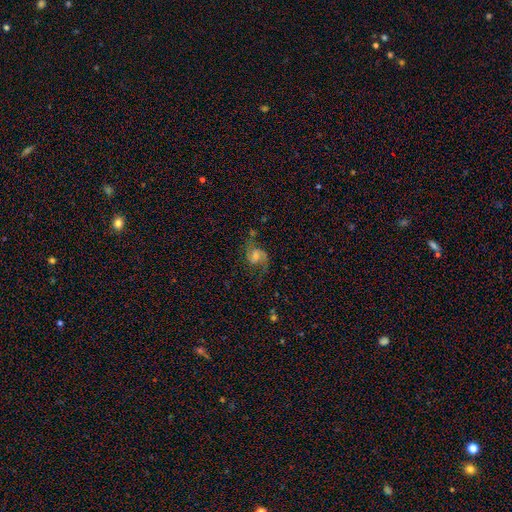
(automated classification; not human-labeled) featured or disk 72%, smooth 15%, star or artifact 13%. Down the decision tree: edge-on disk — no (97%); bar — no (49%); spiral arms — yes (93%); spiral arm count — 2 (84%); spiral winding — medium (46%); bulge size — moderate (49%); merging — none (63%).